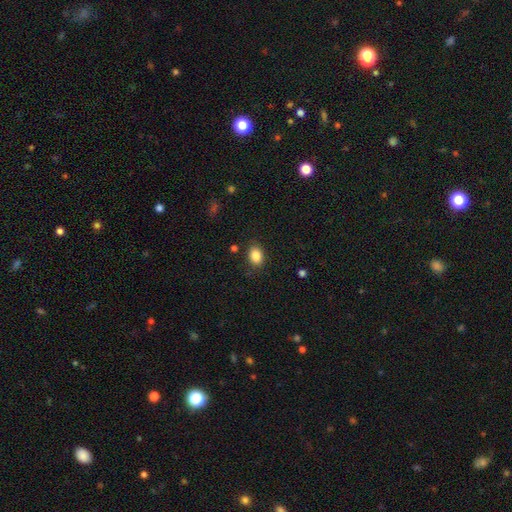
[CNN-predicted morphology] smooth 86%, star or artifact 9%, featured or disk 5%. Down the decision tree: how rounded — in between (75%); merging — none (85%).